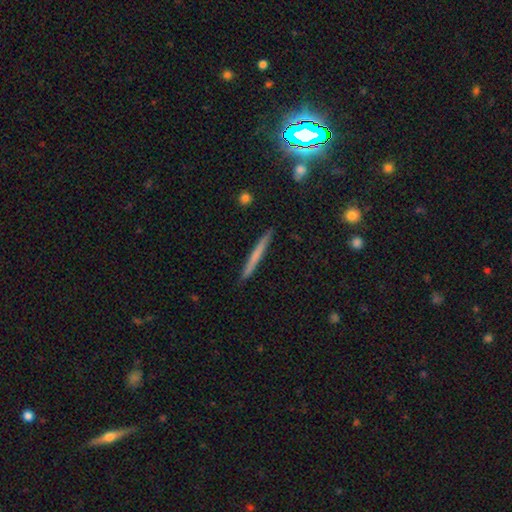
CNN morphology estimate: Smooth or featured: smooth — 55% (featured or disk — 37%)
How rounded: cigar-shaped — 96% (in between — 2%)
Merging: none — 91% (minor disturbance — 6%)